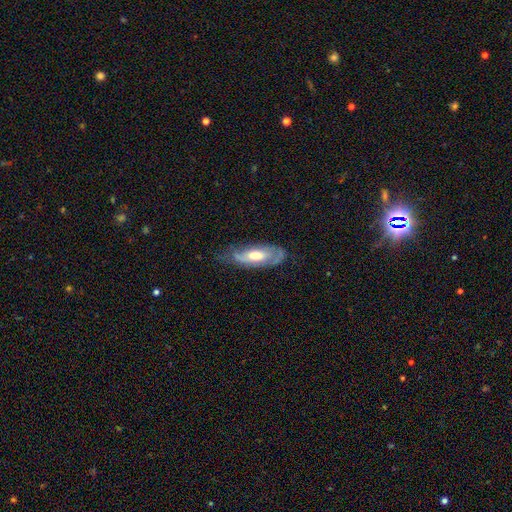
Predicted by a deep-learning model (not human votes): featured or disk 57%, smooth 37%, star or artifact 6%. Down the decision tree: edge-on disk — no (76%); merging — none (56%).